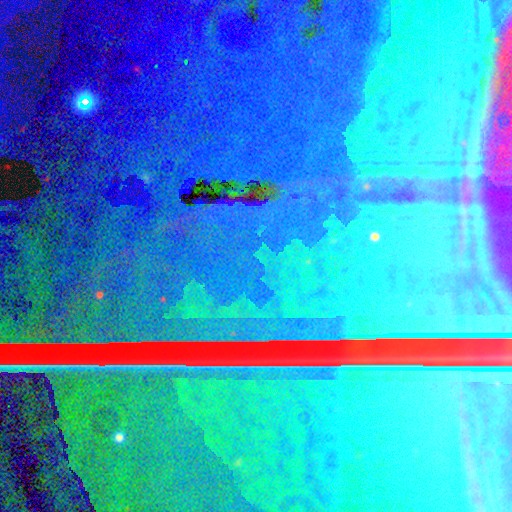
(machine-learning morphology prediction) type=star or artifact (86%).